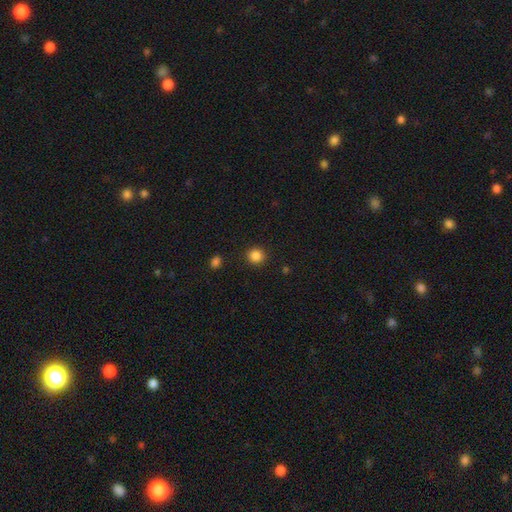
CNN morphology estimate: Smooth or featured? Predicted: smooth (p=0.85). How rounded? Predicted: round (p=0.91). Merging? Predicted: none (p=0.91).